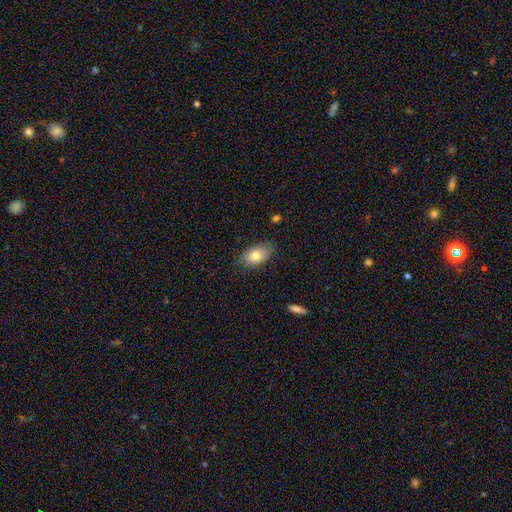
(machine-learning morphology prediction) smooth 76%, featured or disk 16%, star or artifact 7%. Down the decision tree: how rounded — in between (90%); merging — none (79%).